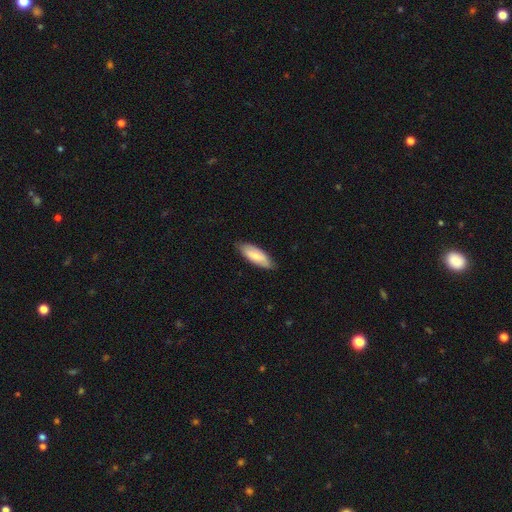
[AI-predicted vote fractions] Overall: smooth (72%). How rounded: in between (71%). Merging: none (83%).